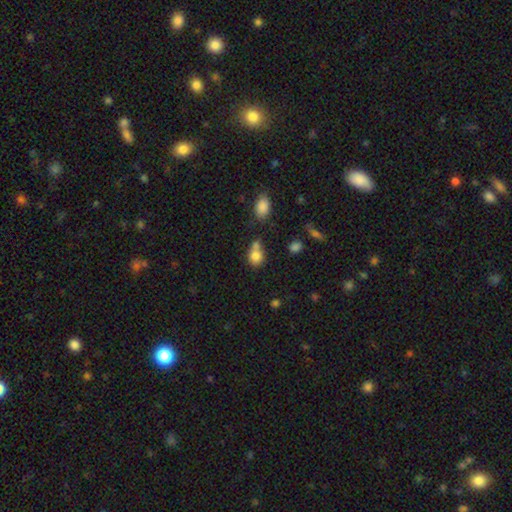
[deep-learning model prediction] A smooth galaxy with no disk features (80%) that is round (64%).

Vote fractions:
- Smooth or featured? smooth: 80% / star or artifact: 11% / featured or disk: 10%
- How rounded? round: 64% / in between: 34% / cigar-shaped: 1%
- Merging? merger: 42% / none: 38% / minor disturbance: 14% / major disturbance: 6%